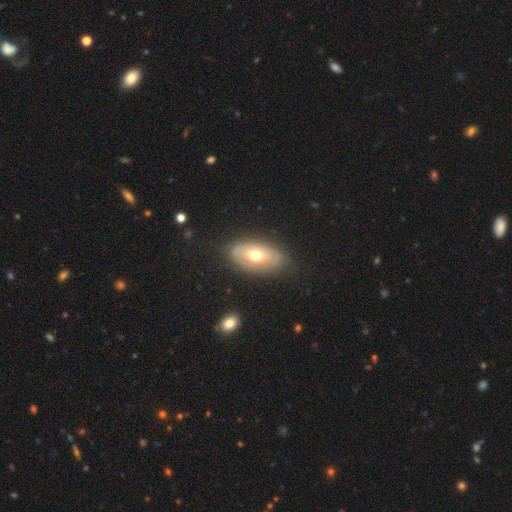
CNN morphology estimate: Smooth or featured? Predicted: smooth (p=0.48). Merging? Predicted: none (p=0.77).